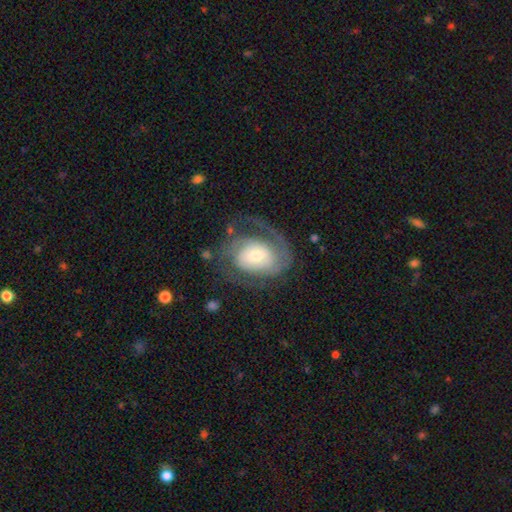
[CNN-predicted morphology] Overall: featured or disk (80%). Edge-on disk: no (97%). Bar: no (50%; weak 37%). Spiral arms: yes (93%). Spiral arm count: 2 (55%; 1 19%). Spiral winding: tight (45%; medium 40%). Bulge size: moderate (47%; small 37%). Merging: none (60%; major disturbance 20%).